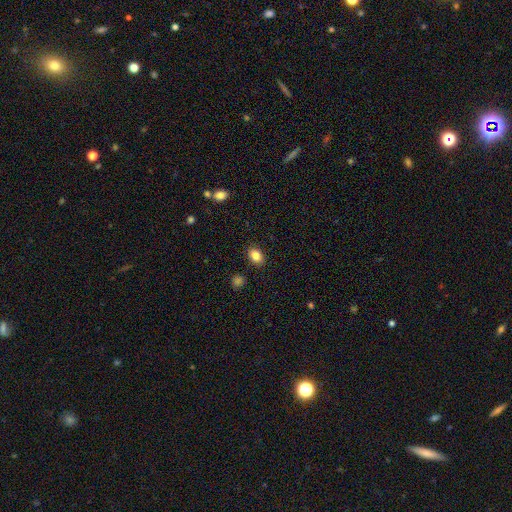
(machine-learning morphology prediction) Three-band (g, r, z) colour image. It shows a smooth galaxy with no disk features (85%) that is in between round and cigar-shaped (74%). Merging: none (88%).